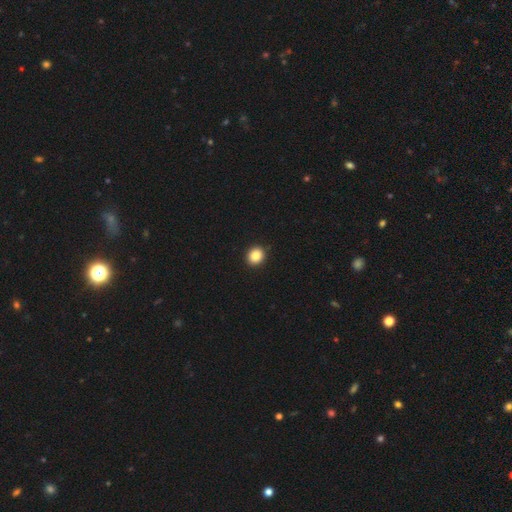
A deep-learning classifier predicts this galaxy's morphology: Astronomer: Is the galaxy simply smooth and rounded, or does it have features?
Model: smooth — 87%.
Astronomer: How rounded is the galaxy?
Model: round — 80%.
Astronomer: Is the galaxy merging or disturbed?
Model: none — 92%.